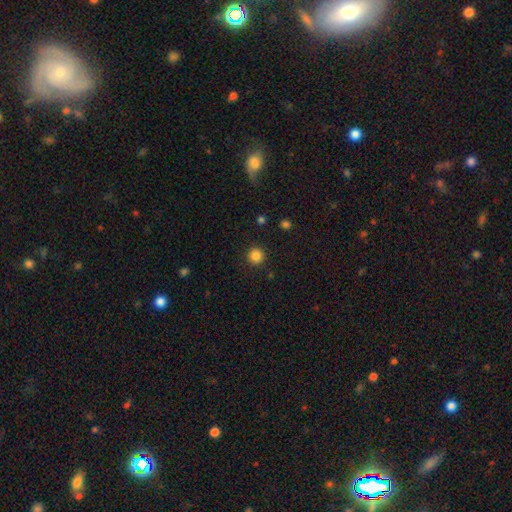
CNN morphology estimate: A smooth galaxy with no disk features (85%) that is round (95%). Merging: none (92%).